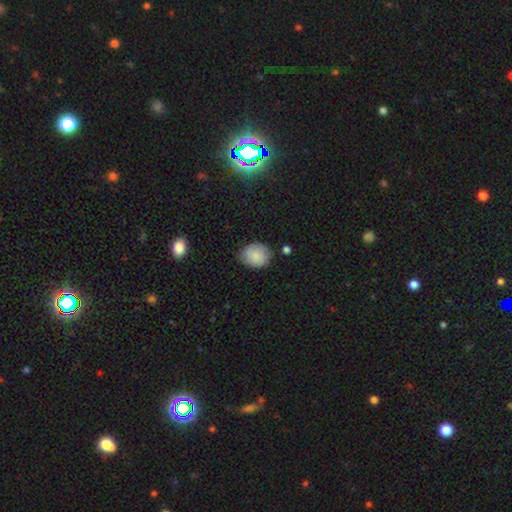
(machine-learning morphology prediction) A smooth galaxy with no disk features (83%) that is round (54%).

Vote fractions:
- Smooth or featured? smooth: 83% / featured or disk: 9% / star or artifact: 8%
- How rounded? round: 54% / in between: 45% / cigar-shaped: 1%
- Merging? none: 75% / minor disturbance: 19% / major disturbance: 3% / merger: 2%